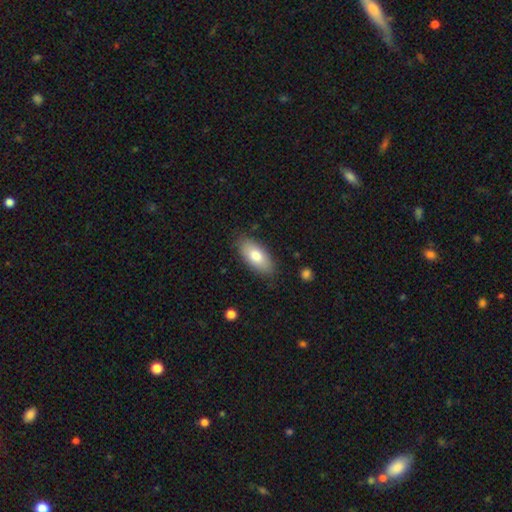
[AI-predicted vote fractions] Q: Smooth or featured?
A: smooth (79%); runner-up: featured or disk (15%)
Q: How rounded?
A: in between (88%); runner-up: cigar-shaped (9%)
Q: Merging?
A: none (84%); runner-up: minor disturbance (12%)